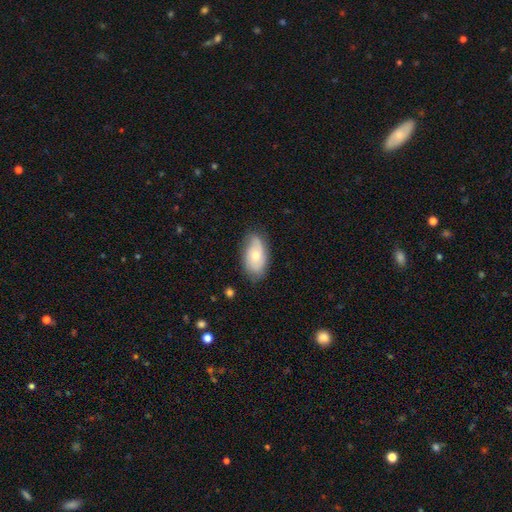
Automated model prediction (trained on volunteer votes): Q: Smooth or featured?
A: smooth (55%); runner-up: featured or disk (38%)
Q: How rounded?
A: in between (92%); runner-up: round (5%)
Q: Merging?
A: none (72%); runner-up: minor disturbance (22%)